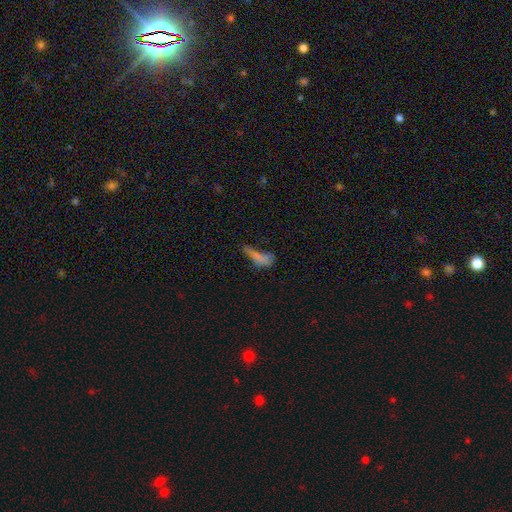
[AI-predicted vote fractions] A smooth galaxy with no disk features (55%) that is in between round and cigar-shaped (55%). Merging: major disturbance (36%).